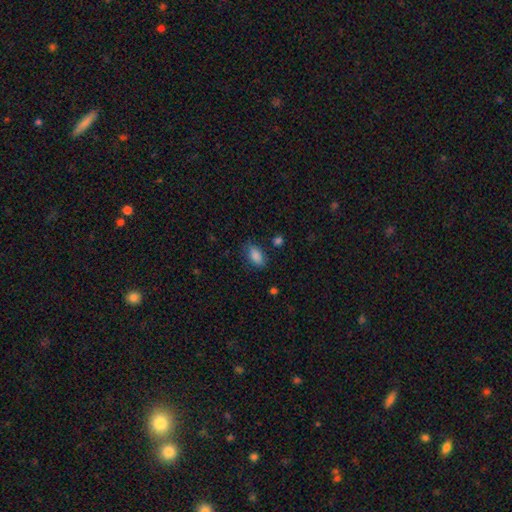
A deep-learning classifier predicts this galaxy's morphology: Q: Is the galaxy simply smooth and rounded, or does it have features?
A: smooth — 86%.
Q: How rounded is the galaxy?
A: in between — 89%.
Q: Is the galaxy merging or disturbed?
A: none — 78%.